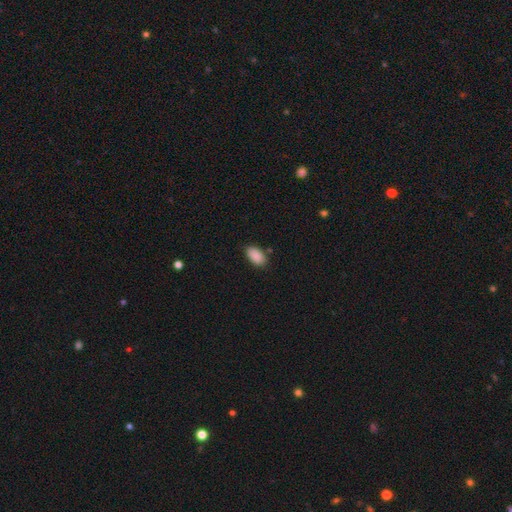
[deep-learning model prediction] Smooth or featured?
  - smooth: 90% *
  - star or artifact: 7%
  - featured or disk: 3%
How rounded?
  - in between: 94% *
  - round: 4%
  - cigar-shaped: 2%
Merging?
  - none: 82% *
  - minor disturbance: 13%
  - major disturbance: 3%
  - merger: 2%